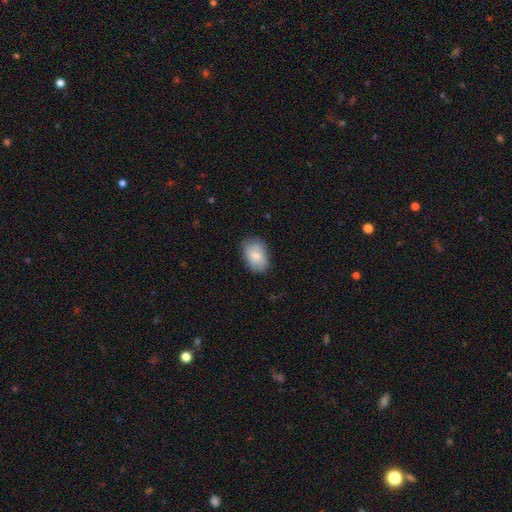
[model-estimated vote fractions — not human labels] Smooth or featured: smooth — 74% (featured or disk — 19%)
How rounded: in between — 82% (round — 16%)
Merging: none — 74% (minor disturbance — 20%)